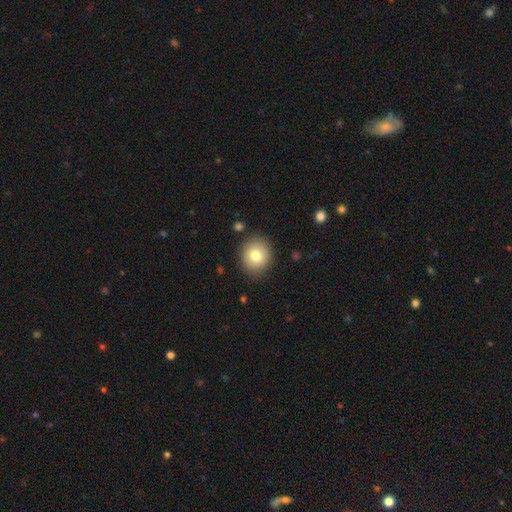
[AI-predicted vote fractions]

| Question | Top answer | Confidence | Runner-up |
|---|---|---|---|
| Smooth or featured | smooth | 78% | featured or disk (12%) |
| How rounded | round | 83% | in between (16%) |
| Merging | none | 87% | minor disturbance (8%) |